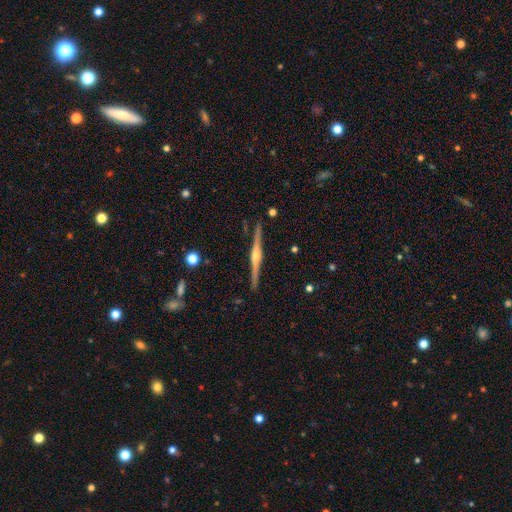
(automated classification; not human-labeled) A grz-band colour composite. It shows a featured or disk galaxy (87%) viewed edge-on (99%) with a rounded central bulge (92%). Merging: none (92%).